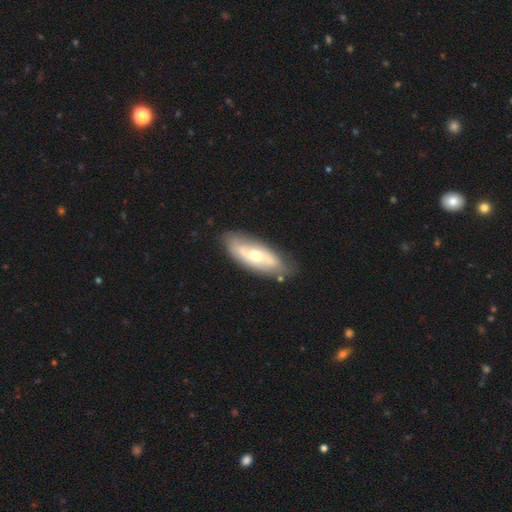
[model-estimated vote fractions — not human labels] smooth-or-featured: featured or disk: 58% | smooth: 37% | star or artifact: 5%
  disk-edge-on: no: 79% | yes: 21%
  merging: none: 80% | minor disturbance: 15% | major disturbance: 4% | merger: 2%